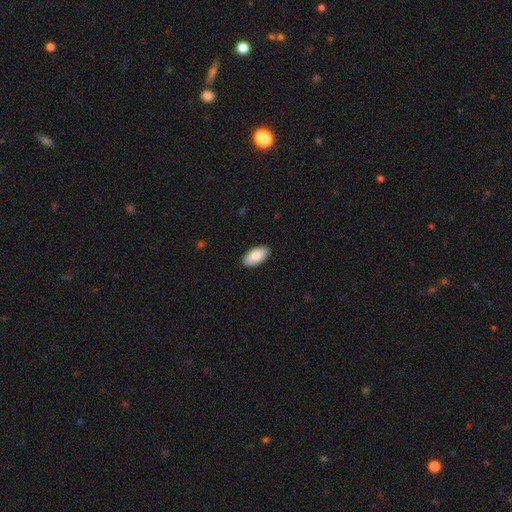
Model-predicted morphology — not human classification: A smooth galaxy with no disk features (88%) that is in between round and cigar-shaped (94%). Merging: none (90%).